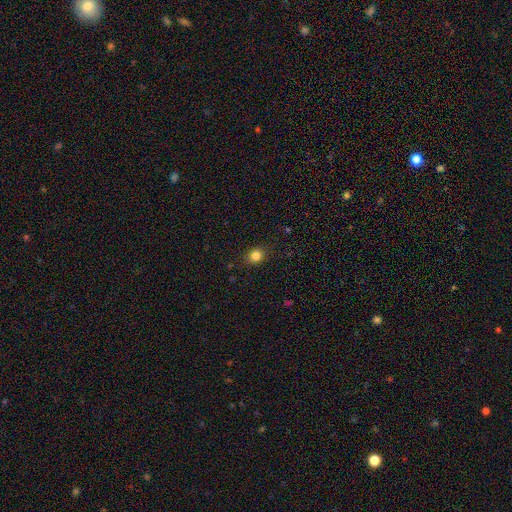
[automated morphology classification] A smooth galaxy with no disk features (83%) that is round (74%). Merging: none (88%).